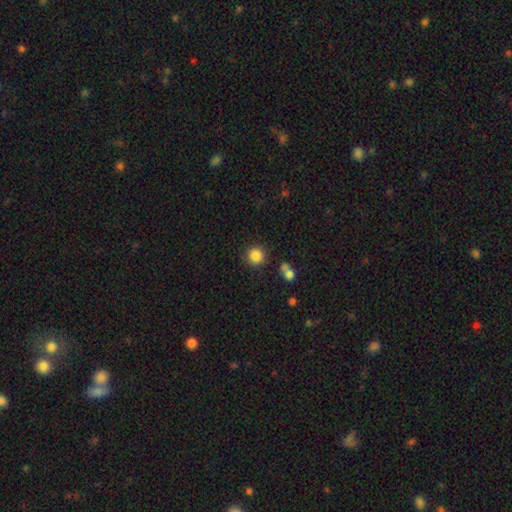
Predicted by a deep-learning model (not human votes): Overall: smooth (86%). How rounded: round (93%). Merging: none (84%).